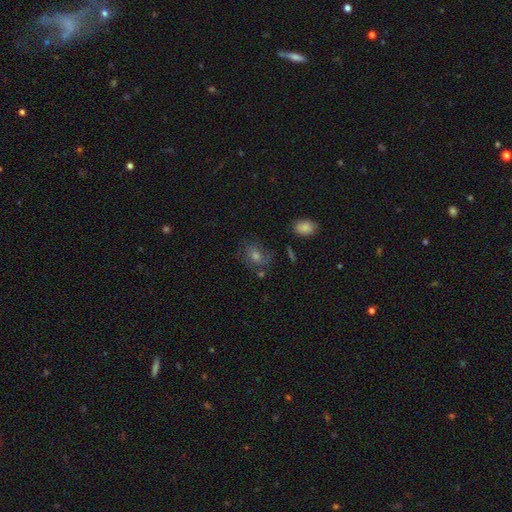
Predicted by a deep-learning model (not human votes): This appears to be a smooth galaxy with no disk features (44%). Merging: none (69%).